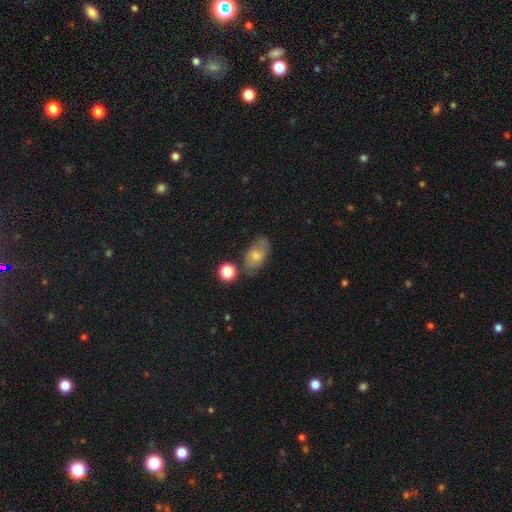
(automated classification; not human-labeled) Smooth or featured? Predicted: smooth (p=0.65). How rounded? Predicted: in between (p=0.87). Merging? Predicted: none (p=0.59).